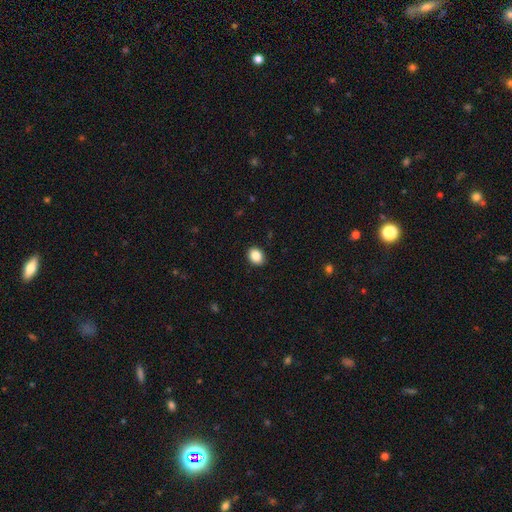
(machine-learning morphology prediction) smooth_or_featured: smooth (p=0.87) [alt: star or artifact p=0.09]
how_rounded: in between (p=0.53) [alt: round p=0.46]
merging: none (p=0.90) [alt: minor disturbance p=0.08]